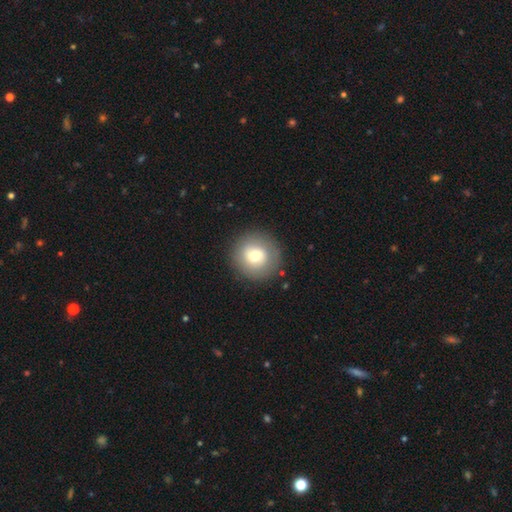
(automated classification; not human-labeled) smooth_or_featured: smooth (p=0.70) [alt: featured or disk p=0.21]
how_rounded: round (p=0.93) [alt: in between p=0.06]
merging: none (p=0.87) [alt: minor disturbance p=0.08]